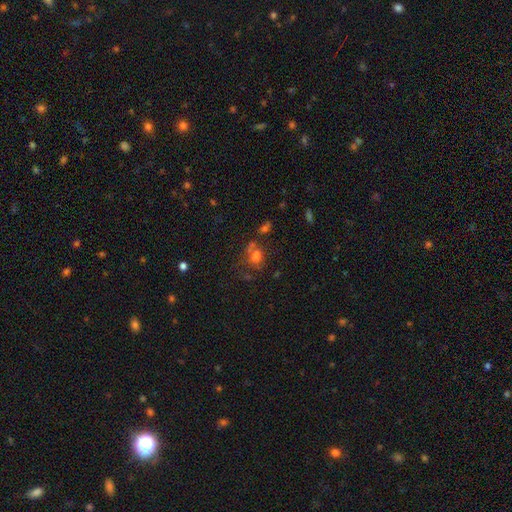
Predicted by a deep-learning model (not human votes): smooth 59%, star or artifact 25%, featured or disk 16%. Down the decision tree: how rounded — in between (49%, tied with round); merging — none (44%).